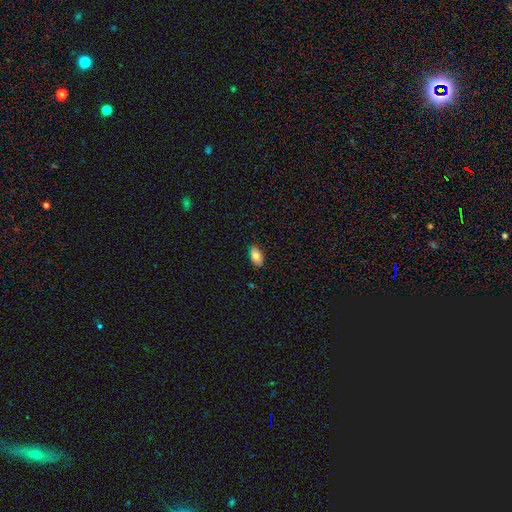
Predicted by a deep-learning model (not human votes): Q: Smooth or featured?
A: smooth (82%); runner-up: featured or disk (11%)
Q: How rounded?
A: in between (93%); runner-up: cigar-shaped (4%)
Q: Merging?
A: none (86%); runner-up: minor disturbance (11%)